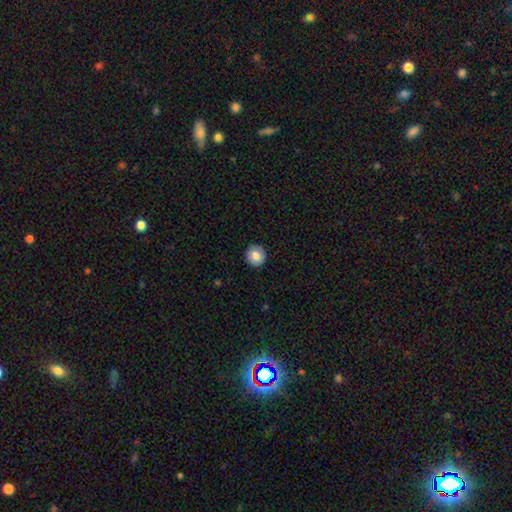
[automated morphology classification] smooth-or-featured: smooth: 80% | featured or disk: 12% | star or artifact: 8%
  how-rounded: round: 91% | in between: 8% | cigar-shaped: 1%
  merging: none: 92% | minor disturbance: 6% | major disturbance: 2% | merger: 1%